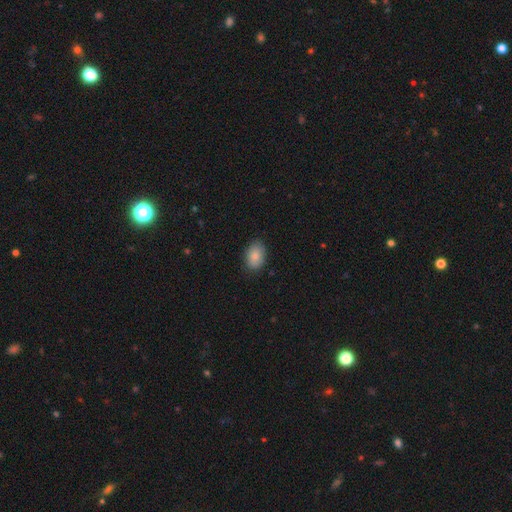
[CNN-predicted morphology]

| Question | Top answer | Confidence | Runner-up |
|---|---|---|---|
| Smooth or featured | smooth | 84% | featured or disk (9%) |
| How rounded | in between | 83% | round (15%) |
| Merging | none | 82% | minor disturbance (14%) |